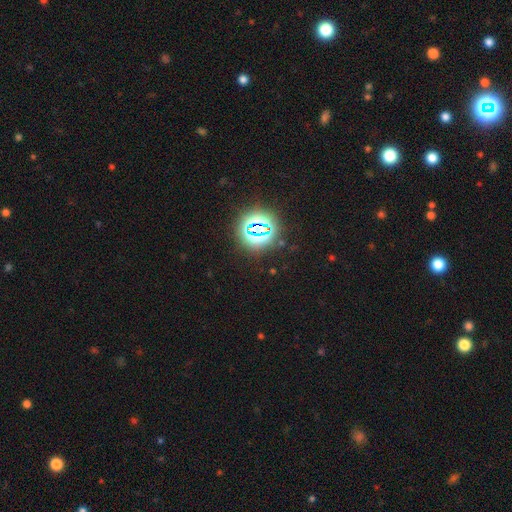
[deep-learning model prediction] This is clearly a star or artifact rather than a galaxy (80%).